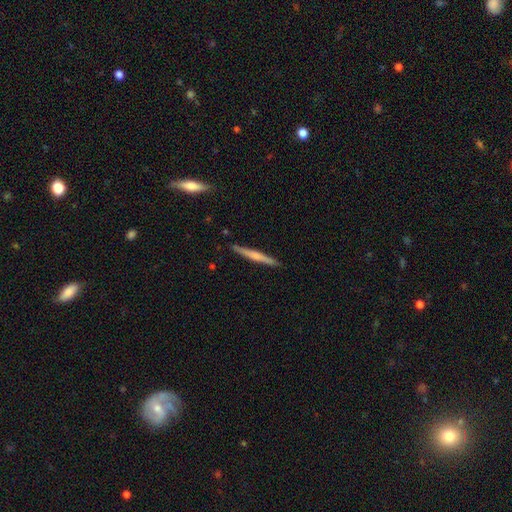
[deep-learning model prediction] Smooth or featured? Predicted: featured or disk (p=0.48). Merging? Predicted: none (p=0.90).